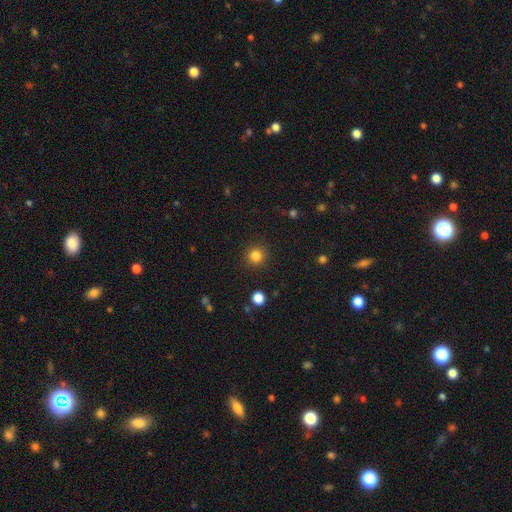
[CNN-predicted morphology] Smooth or featured: smooth — 83% (star or artifact — 12%)
How rounded: round — 94% (in between — 5%)
Merging: none — 91% (minor disturbance — 6%)